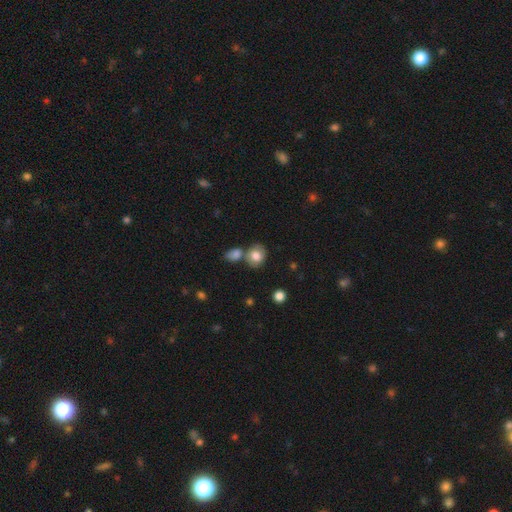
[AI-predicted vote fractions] This is likely a smooth galaxy (78%). How rounded: possibly round (55%). Merging: possibly none (55%).